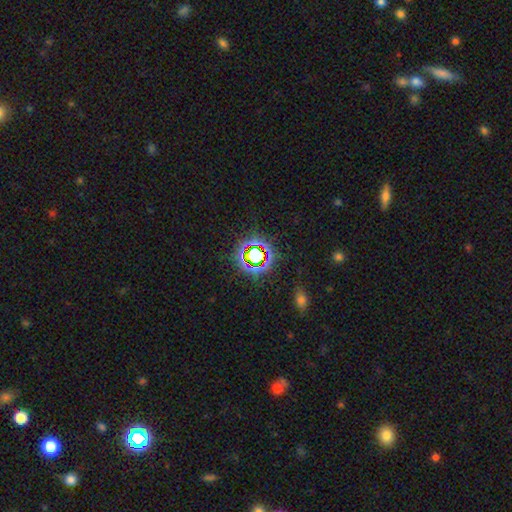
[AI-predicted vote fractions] smooth_or_featured: star or artifact (p=0.71) [alt: smooth p=0.18]